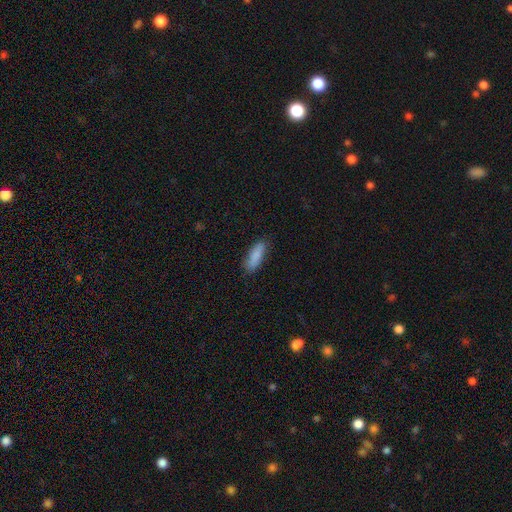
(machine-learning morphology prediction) type=smooth (87%); roundness=in between (56%); merging=none (84%).